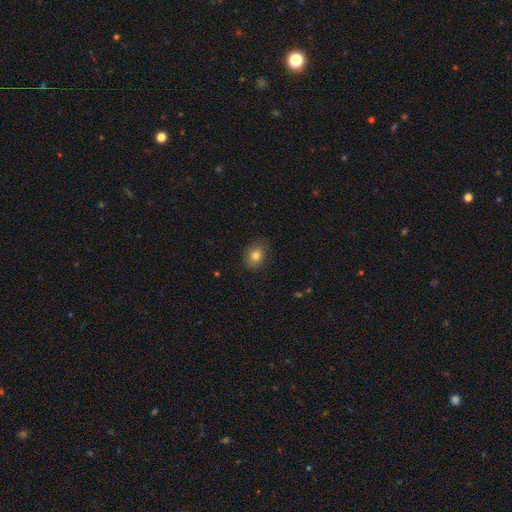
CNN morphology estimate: The model was most divided on "how rounded": in between: 60%, round: 39%, cigar-shaped: 1%. More confident: smooth or featured — smooth (80%); merging — none (79%).